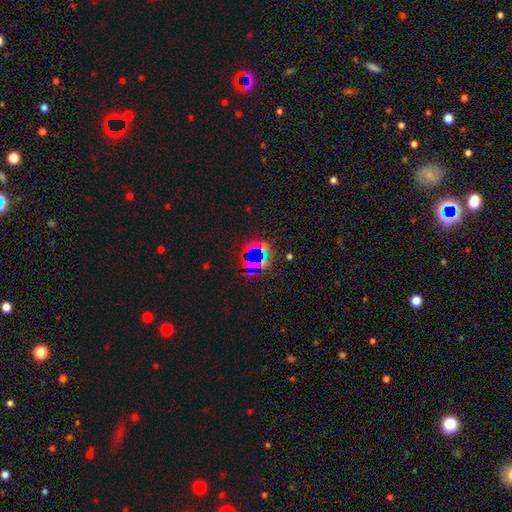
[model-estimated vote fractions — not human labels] Morphology: type=star or artifact (68%).